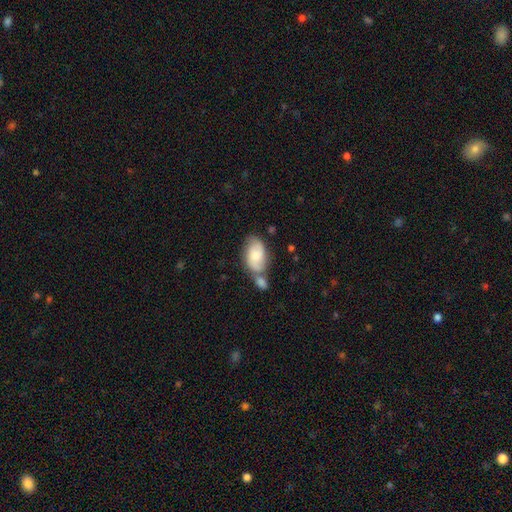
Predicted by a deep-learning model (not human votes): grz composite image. It shows a smooth galaxy with no disk features (50%) that is in between round and cigar-shaped (91%). Merging: merger (39%).